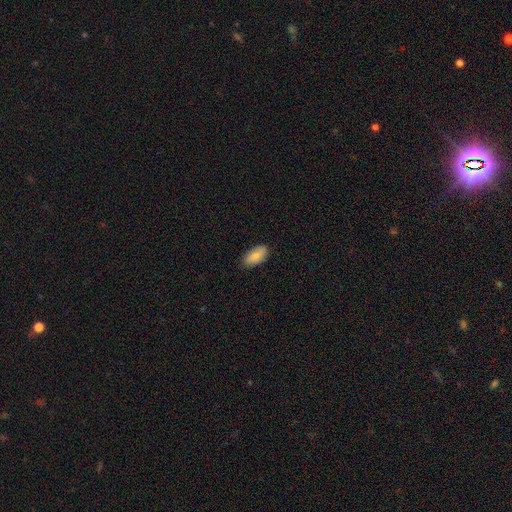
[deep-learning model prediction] Overall: smooth (84%). How rounded: in between (93%). Merging: none (88%).